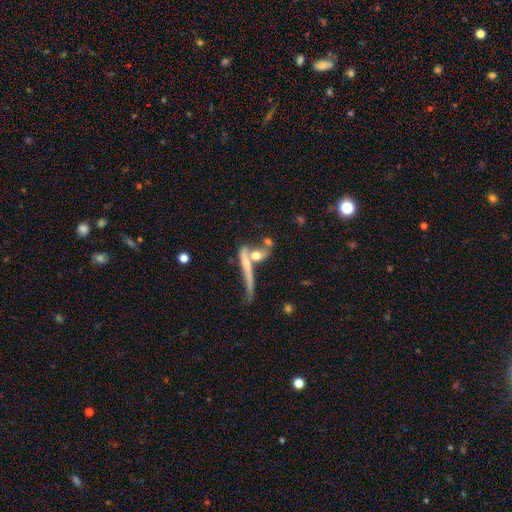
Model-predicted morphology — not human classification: Smooth or featured: smooth — 52% (featured or disk — 38%)
How rounded: cigar-shaped — 51% (in between — 32%)
Merging: merger — 44% (none — 31%)